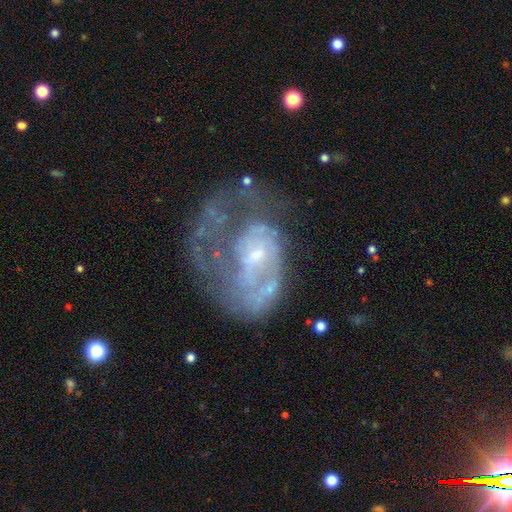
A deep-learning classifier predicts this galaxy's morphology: A featured or disk galaxy (77%) with no bar (63%), 1 (40%) medium (36%) spiral arms (67%) and a small central bulge (62%).

Vote fractions:
- Smooth or featured? featured or disk: 77% / smooth: 14% / star or artifact: 9%
- Edge-on disk? no: 97% / yes: 3%
- Bar? no: 63% / weak: 31% / strong: 6%
- Spiral arms? yes: 67% / no: 33%
- Spiral winding? medium: 36% / tight: 34% / loose: 30%
- Spiral arm count? 1: 40% / can't tell: 30% / 2: 21% / 3: 5% / 4: 2% / more than 4: 2%
- Bulge size? small: 62% / moderate: 25% / none: 9% / large: 2% / dominant: 1%
- Merging? major disturbance: 44% / none: 31% / minor disturbance: 20% / merger: 6%